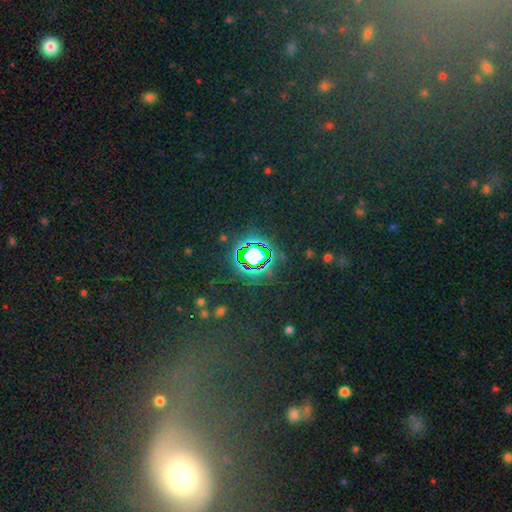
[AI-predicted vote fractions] A star or artifact, not a galaxy (78%).

Vote fractions:
- Smooth or featured? star or artifact: 78% / smooth: 13% / featured or disk: 9%